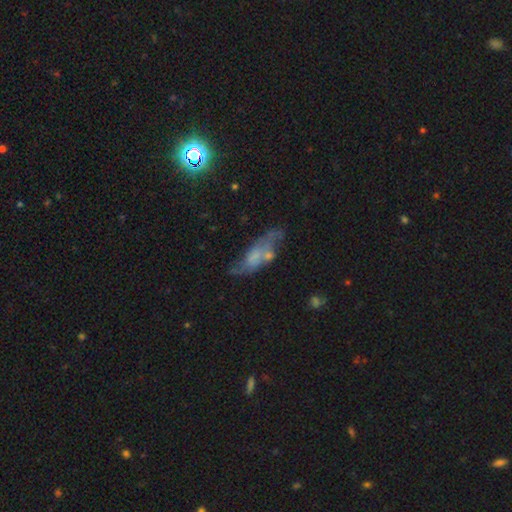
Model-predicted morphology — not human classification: The model was most divided on "smooth or featured": featured or disk: 49%, smooth: 39%, star or artifact: 12%. Remaining: merging — none (42%).